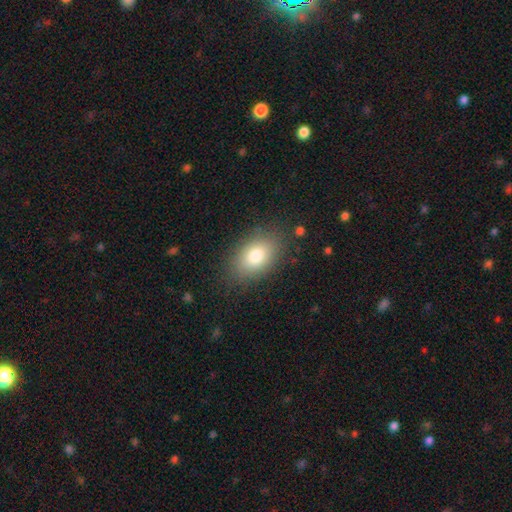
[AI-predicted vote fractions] Morphology: type=smooth (81%); roundness=in between (86%); merging=none (83%).